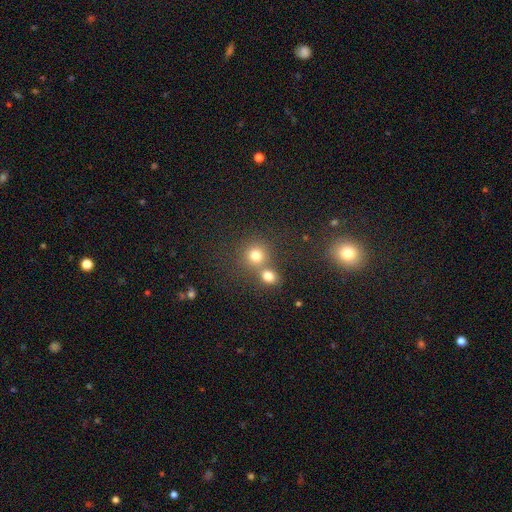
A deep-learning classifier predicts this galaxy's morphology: smooth-or-featured: smooth: 76% | star or artifact: 16% | featured or disk: 8%
  how-rounded: round: 88% | in between: 11% | cigar-shaped: 1%
  merging: none: 54% | merger: 36% | minor disturbance: 7% | major disturbance: 3%